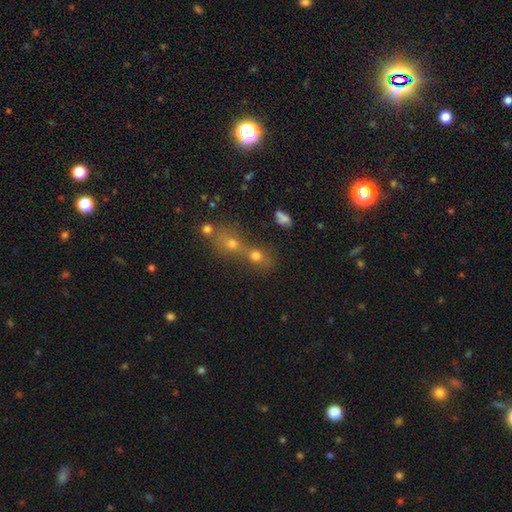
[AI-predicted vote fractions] Smooth or featured? smooth (64%)
How rounded? round (64%)
Merging? merger (63%)